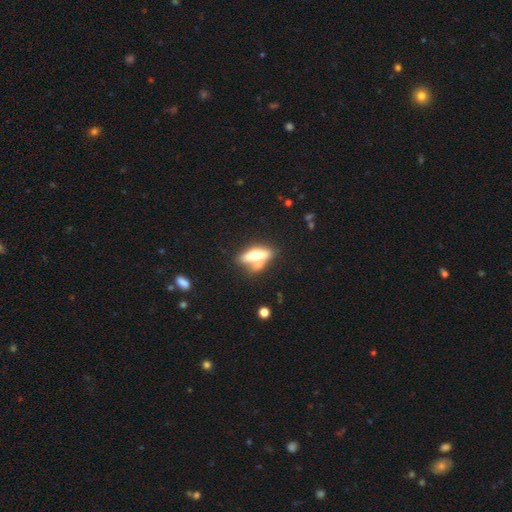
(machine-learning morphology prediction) smooth_or_featured: smooth (p=0.52) [alt: featured or disk p=0.41]
how_rounded: in between (p=0.52) [alt: cigar-shaped p=0.44]
merging: none (p=0.54) [alt: merger p=0.27]